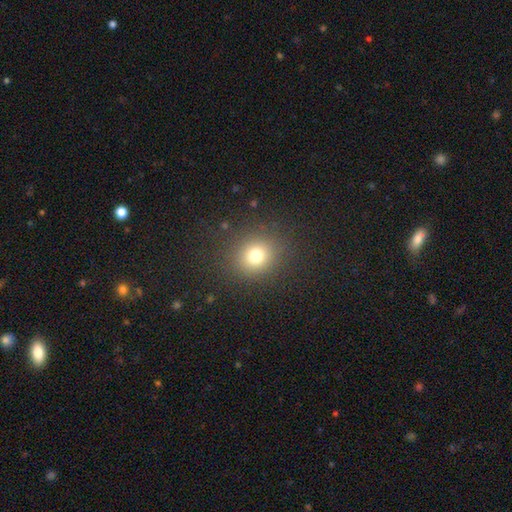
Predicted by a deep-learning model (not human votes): This appears to be a smooth galaxy with no disk features (75%) that is round (82%). Merging: none (87%).